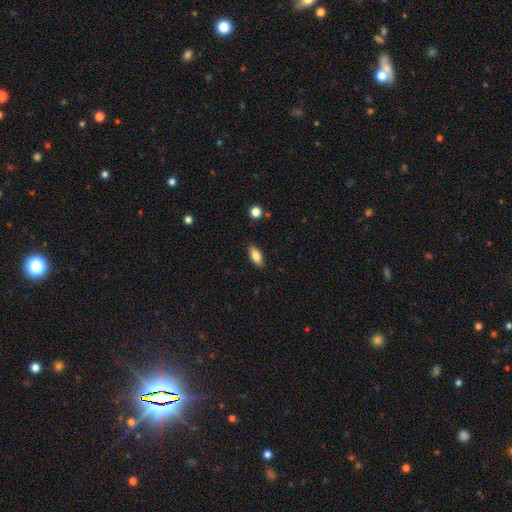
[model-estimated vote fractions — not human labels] A smooth galaxy with no disk features (80%) that is in between round and cigar-shaped (83%). Merging: none (87%).